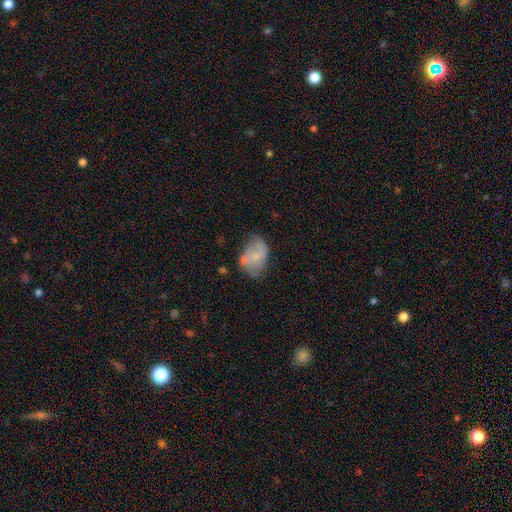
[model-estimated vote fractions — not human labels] Smooth or featured? Predicted: smooth (p=0.46). Merging? Predicted: none (p=0.41).